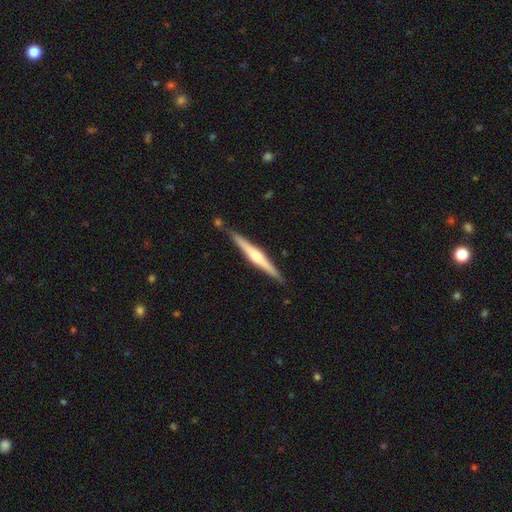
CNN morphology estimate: This is likely a featured or disk galaxy (73%). It is clearly viewed edge-on (98%). Edge-on bulge: likely rounded (71%). Merging: clearly none (88%).